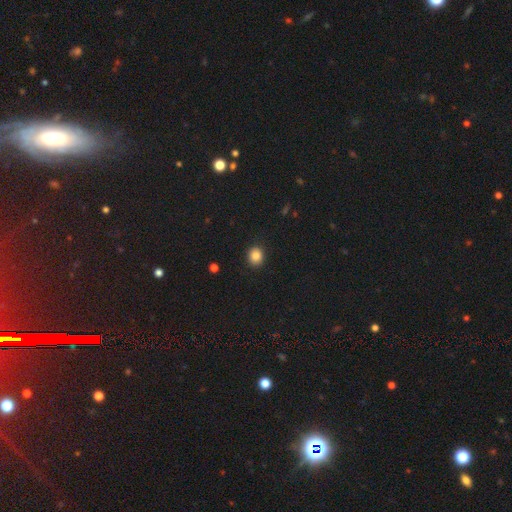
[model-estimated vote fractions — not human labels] Smooth or featured?
  - smooth: 86% *
  - star or artifact: 10%
  - featured or disk: 4%
How rounded?
  - round: 70% *
  - in between: 29%
  - cigar-shaped: 1%
Merging?
  - none: 90% *
  - minor disturbance: 7%
  - major disturbance: 2%
  - merger: 1%